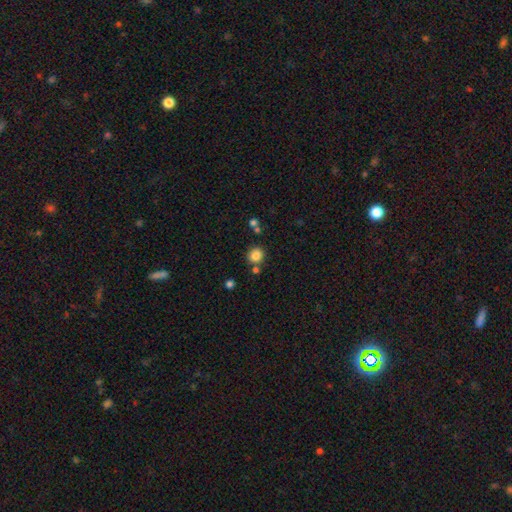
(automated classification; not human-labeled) This appears to be a smooth galaxy with no disk features (83%) that is round (86%). Merging: none (77%).